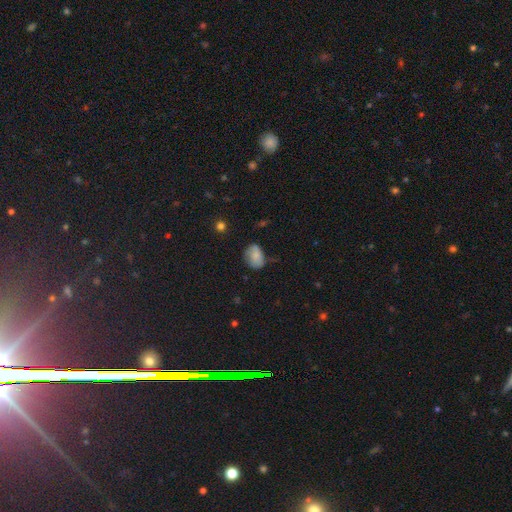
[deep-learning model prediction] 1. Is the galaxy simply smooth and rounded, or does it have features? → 76% smooth, 15% featured or disk, 9% star or artifact.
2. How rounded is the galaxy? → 73% in between, 26% round, 1% cigar-shaped.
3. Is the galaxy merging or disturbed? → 54% none, 34% minor disturbance, 10% major disturbance, 2% merger.